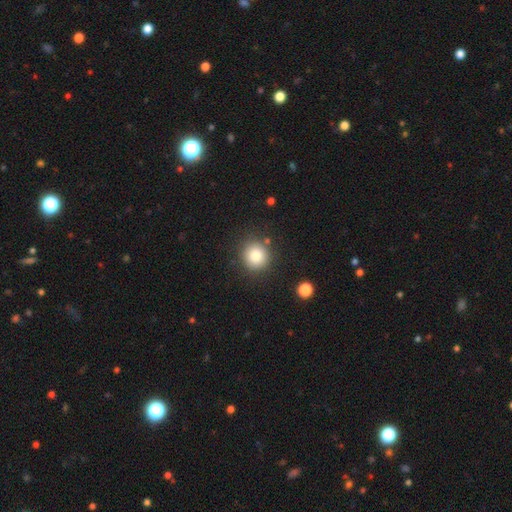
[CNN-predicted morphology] smooth-or-featured: smooth: 81% | star or artifact: 11% | featured or disk: 8%
  how-rounded: round: 92% | in between: 7% | cigar-shaped: 1%
  merging: none: 85% | minor disturbance: 9% | merger: 3% | major disturbance: 3%